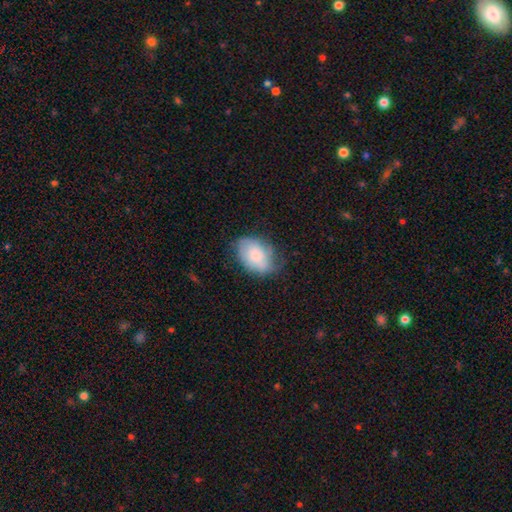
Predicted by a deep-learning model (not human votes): This is likely a smooth galaxy (66%). How rounded: clearly in between (81%). Merging: possibly none (56%).